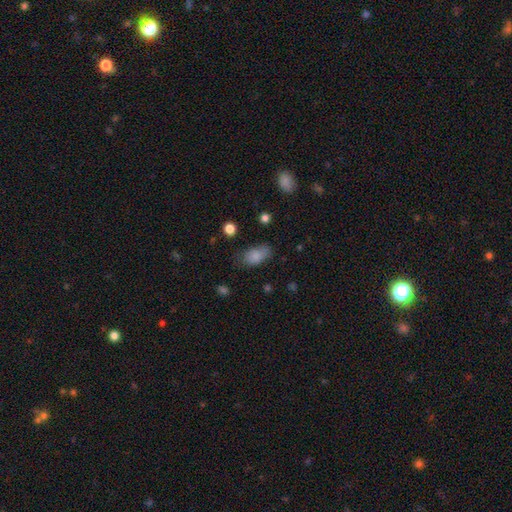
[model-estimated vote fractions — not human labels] Morphology: type=smooth (83%); roundness=in between (90%); merging=none (61%).